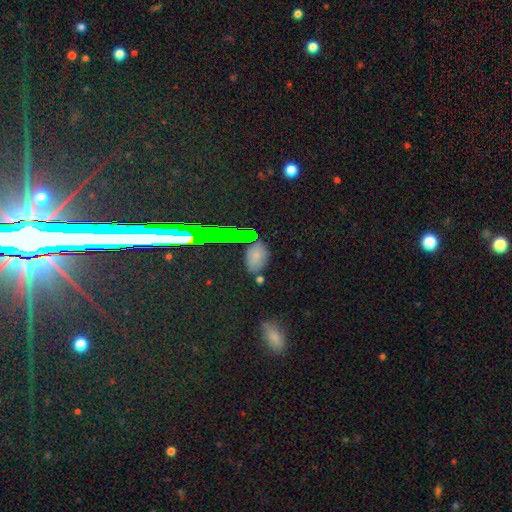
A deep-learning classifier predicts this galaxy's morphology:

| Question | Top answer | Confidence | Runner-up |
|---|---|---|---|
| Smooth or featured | smooth | 59% | star or artifact (30%) |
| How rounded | in between | 82% | round (15%) |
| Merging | none | 72% | minor disturbance (16%) |